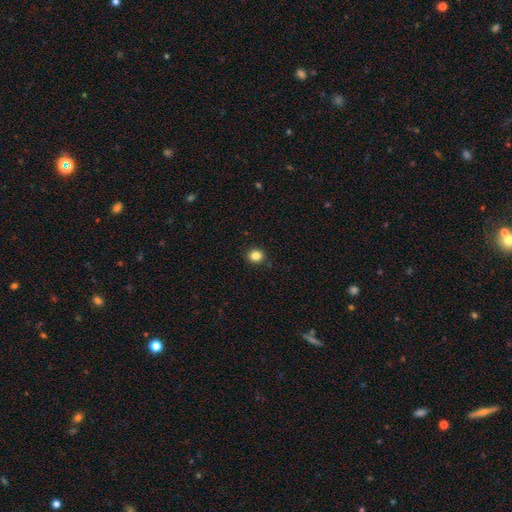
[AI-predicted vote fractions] Smooth or featured? Predicted: smooth (p=0.85). How rounded? Predicted: round (p=0.76). Merging? Predicted: none (p=0.89).